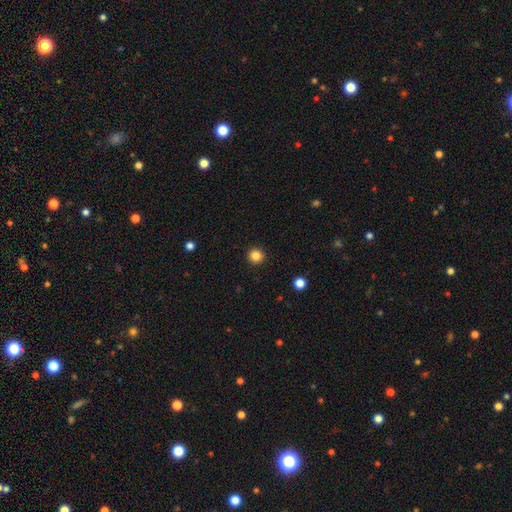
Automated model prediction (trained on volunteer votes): Smooth or featured? Predicted: smooth (p=0.85). How rounded? Predicted: round (p=0.95). Merging? Predicted: none (p=0.93).